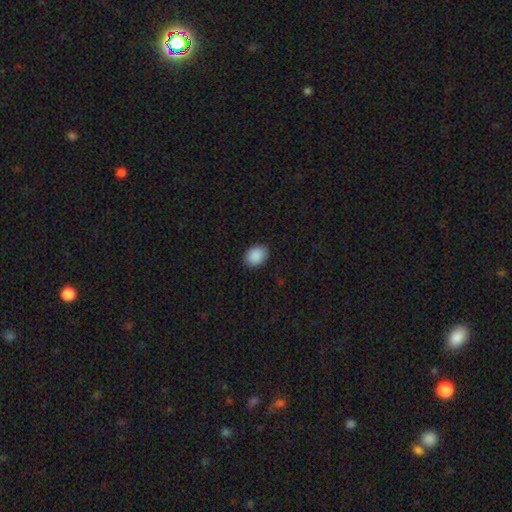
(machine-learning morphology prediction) Q: Smooth or featured?
A: smooth (90%); runner-up: star or artifact (8%)
Q: How rounded?
A: in between (67%); runner-up: round (33%)
Q: Merging?
A: none (87%); runner-up: minor disturbance (9%)